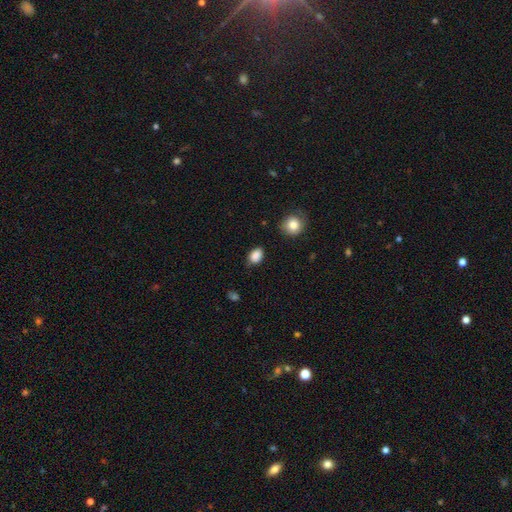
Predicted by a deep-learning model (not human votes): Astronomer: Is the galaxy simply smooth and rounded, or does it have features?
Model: smooth — 87%.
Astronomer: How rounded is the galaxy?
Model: in between — 76%.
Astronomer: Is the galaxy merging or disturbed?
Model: none — 76%.